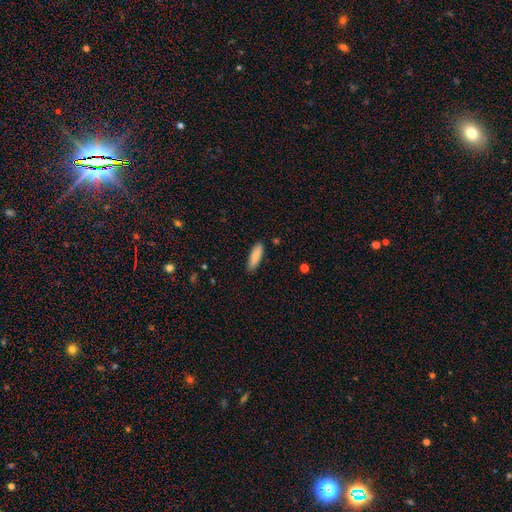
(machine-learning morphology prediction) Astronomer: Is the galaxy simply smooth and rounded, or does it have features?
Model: smooth — 86%.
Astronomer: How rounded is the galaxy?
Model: cigar-shaped — 54% (runner-up: in between, 45%).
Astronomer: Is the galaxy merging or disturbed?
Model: none — 87%.